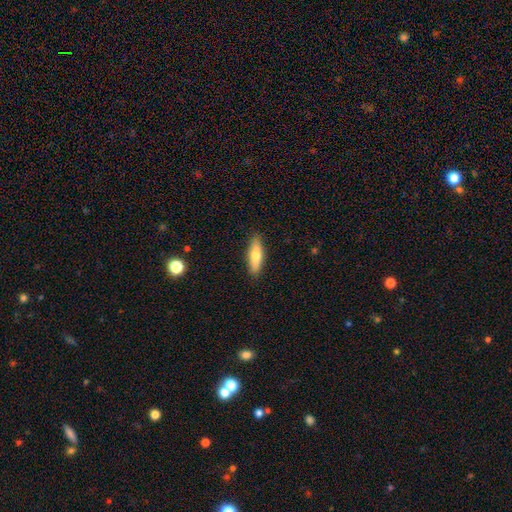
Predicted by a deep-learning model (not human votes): A smooth galaxy with no disk features (71%) that is cigar-shaped (60%).

Vote fractions:
- Smooth or featured? smooth: 71% / featured or disk: 23% / star or artifact: 6%
- How rounded? cigar-shaped: 60% / in between: 38% / round: 2%
- Merging? none: 89% / minor disturbance: 8% / major disturbance: 2% / merger: 1%